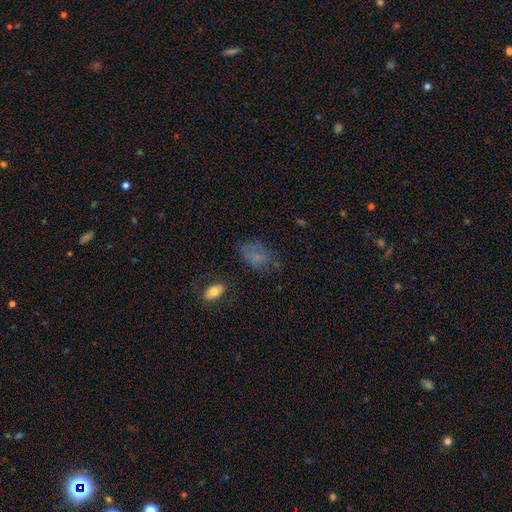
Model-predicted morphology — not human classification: Smooth or featured? Predicted: smooth (p=0.64). How rounded? Predicted: in between (p=0.84). Merging? Predicted: none (p=0.52).